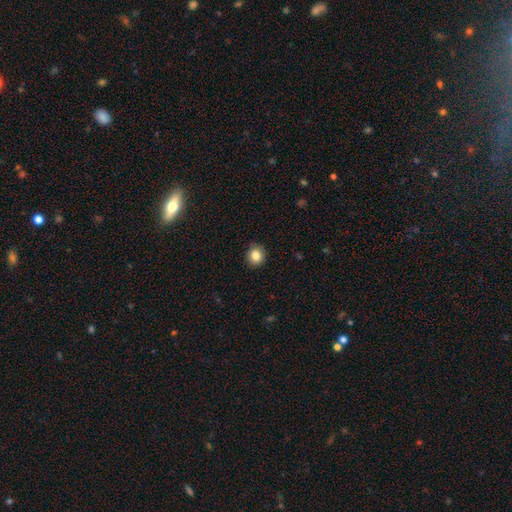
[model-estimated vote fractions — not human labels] Overall: smooth (84%). How rounded: round (81%). Merging: none (88%).